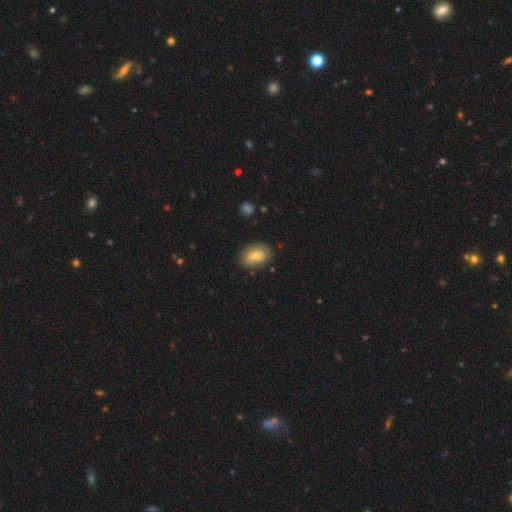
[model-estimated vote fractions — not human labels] smooth-or-featured: smooth: 73% | featured or disk: 20% | star or artifact: 7%
  how-rounded: in between: 87% | round: 12% | cigar-shaped: 1%
  merging: none: 77% | minor disturbance: 18% | major disturbance: 4% | merger: 2%